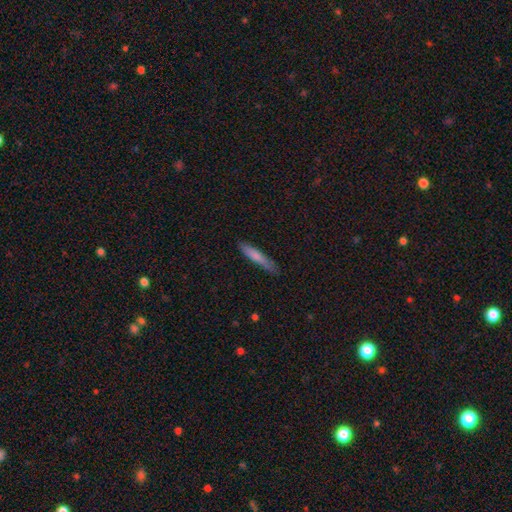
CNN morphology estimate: Smooth or featured? Predicted: smooth (p=0.76). How rounded? Predicted: cigar-shaped (p=0.90). Merging? Predicted: none (p=0.77).